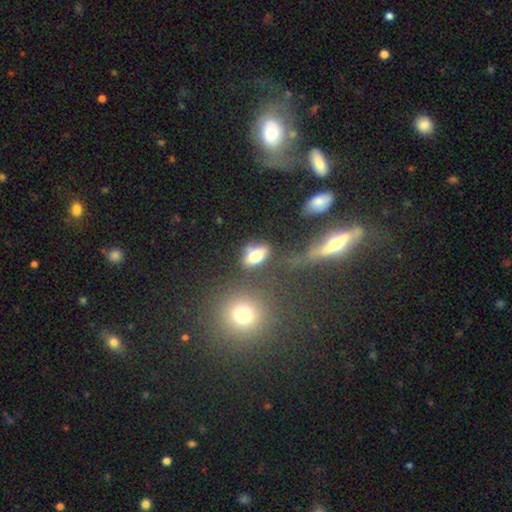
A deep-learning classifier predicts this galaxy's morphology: type=smooth (73%); roundness=in between (83%); merging=none (60%).